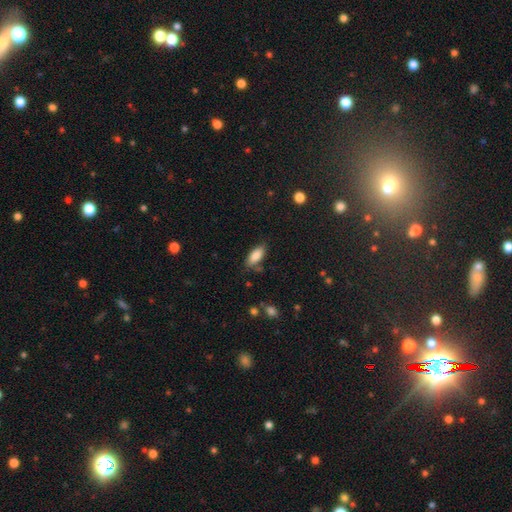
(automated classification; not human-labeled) Overall: smooth (84%). How rounded: in between (83%). Merging: none (75%).